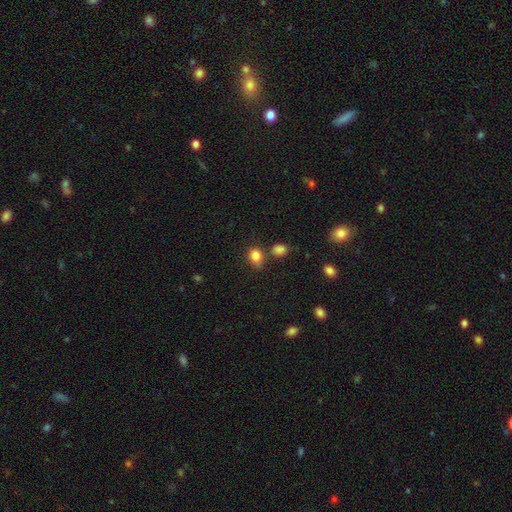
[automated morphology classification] This appears to be a smooth galaxy with no disk features (83%) that is in between round and cigar-shaped (57%). Merging: none (58%).